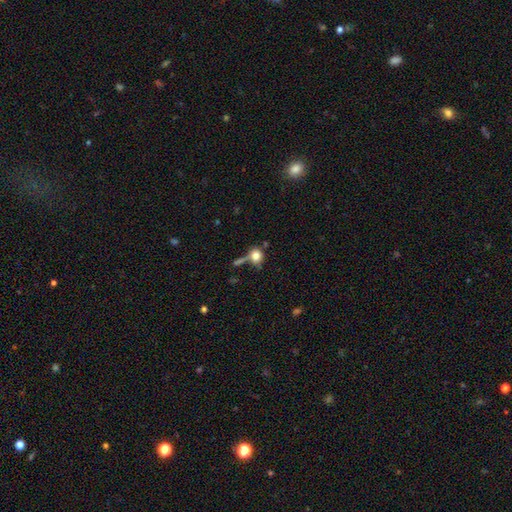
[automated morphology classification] Smooth or featured: smooth — 77% (featured or disk — 12%)
How rounded: round — 61% (in between — 36%)
Merging: none — 46% (merger — 23%)